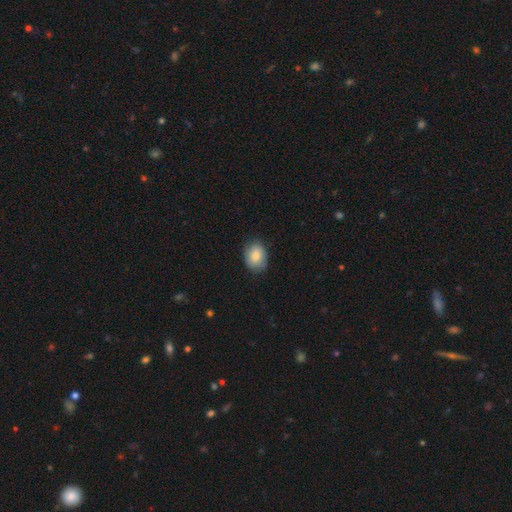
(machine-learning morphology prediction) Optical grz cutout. It shows a smooth galaxy with no disk features (83%) that is in between round and cigar-shaped (61%). Merging: none (82%).